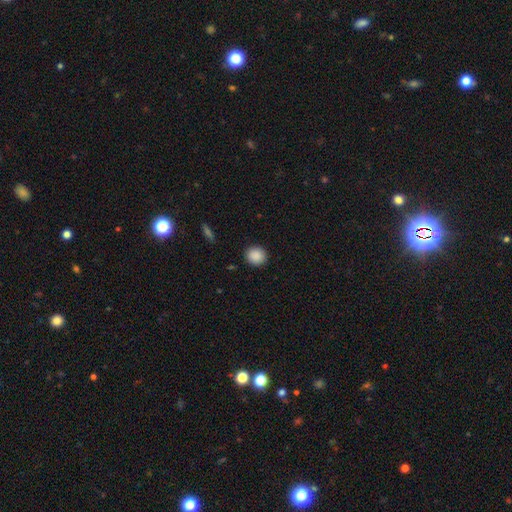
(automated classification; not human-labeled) Overall: smooth (89%). How rounded: round (88%). Merging: none (91%).